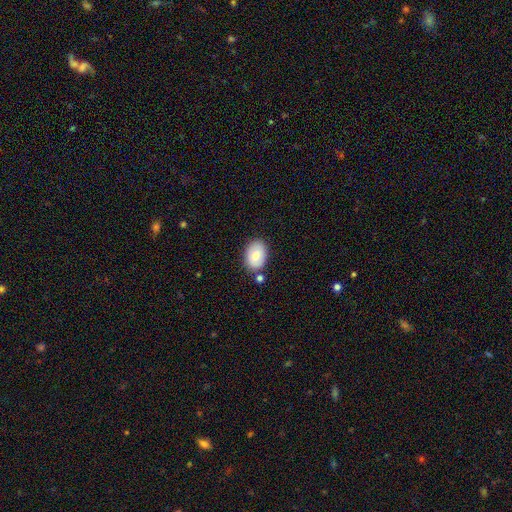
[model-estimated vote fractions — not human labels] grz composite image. It shows a smooth galaxy with no disk features (73%) that is in between round and cigar-shaped (82%). Merging: none (78%).